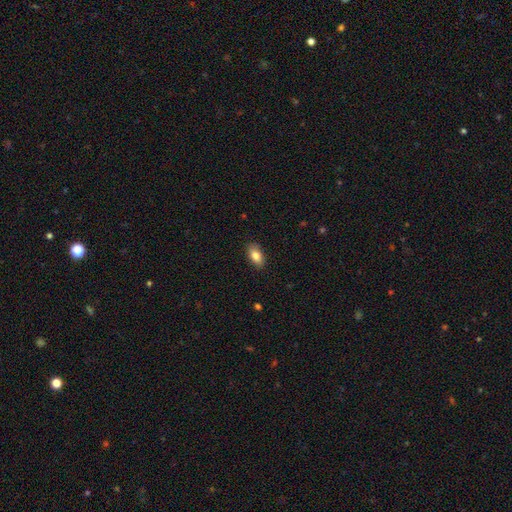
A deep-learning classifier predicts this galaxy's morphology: Smooth or featured?
  - smooth: 83% *
  - featured or disk: 10%
  - star or artifact: 7%
How rounded?
  - in between: 90% *
  - round: 5%
  - cigar-shaped: 5%
Merging?
  - none: 87% *
  - minor disturbance: 10%
  - major disturbance: 2%
  - merger: 1%